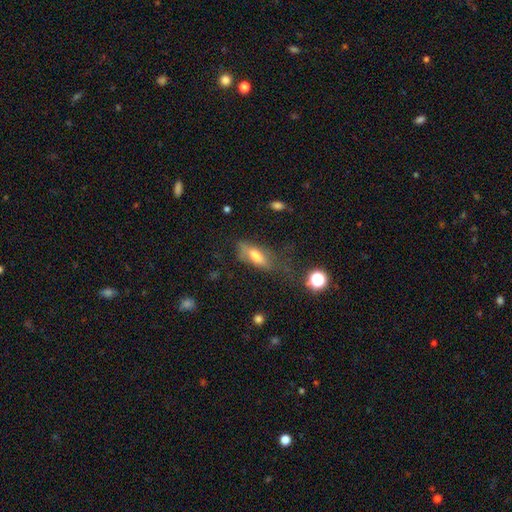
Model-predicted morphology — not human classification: Smooth or featured?
  - smooth: 67% *
  - featured or disk: 23%
  - star or artifact: 10%
How rounded?
  - in between: 70% *
  - cigar-shaped: 26%
  - round: 4%
Merging?
  - none: 45% *
  - minor disturbance: 27%
  - major disturbance: 23%
  - merger: 4%